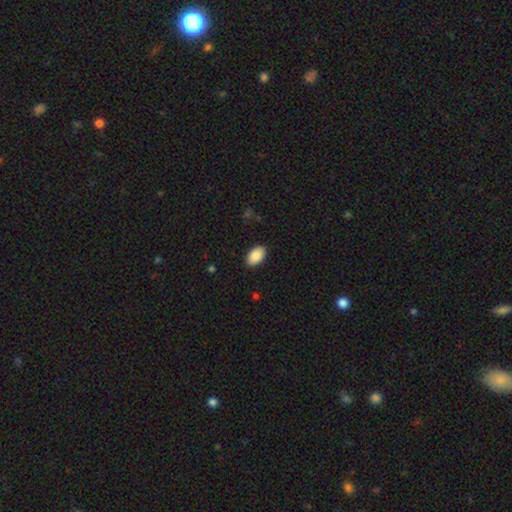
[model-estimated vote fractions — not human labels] Smooth or featured? Predicted: smooth (p=0.90). How rounded? Predicted: in between (p=0.94). Merging? Predicted: none (p=0.89).